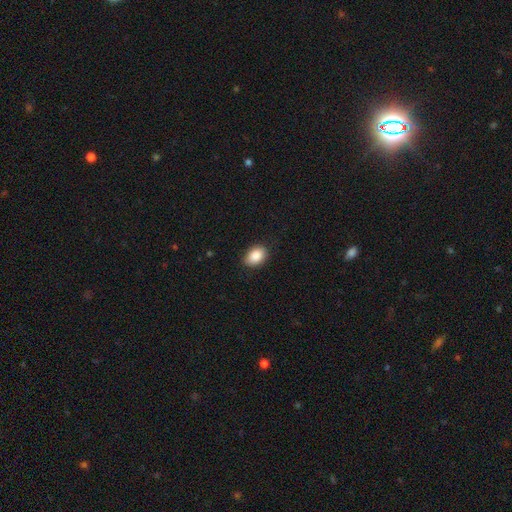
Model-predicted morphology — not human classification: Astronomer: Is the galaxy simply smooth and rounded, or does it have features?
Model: smooth — 88%.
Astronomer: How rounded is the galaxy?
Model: in between — 80%.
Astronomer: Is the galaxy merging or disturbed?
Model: none — 85%.